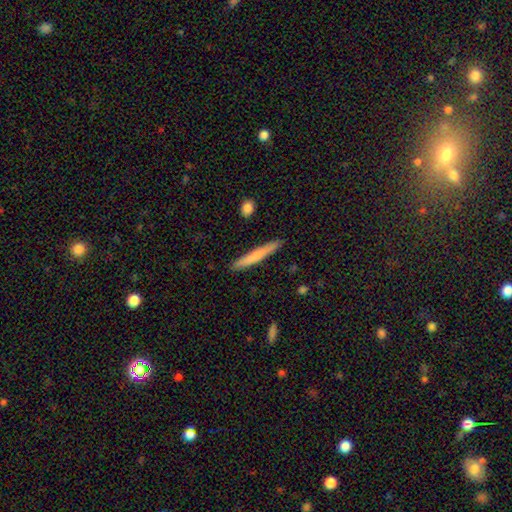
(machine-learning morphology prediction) smooth-or-featured: smooth: 70% | featured or disk: 25% | star or artifact: 6%
  how-rounded: cigar-shaped: 96% | in between: 3% | round: 1%
  merging: none: 89% | minor disturbance: 8% | major disturbance: 2% | merger: 1%